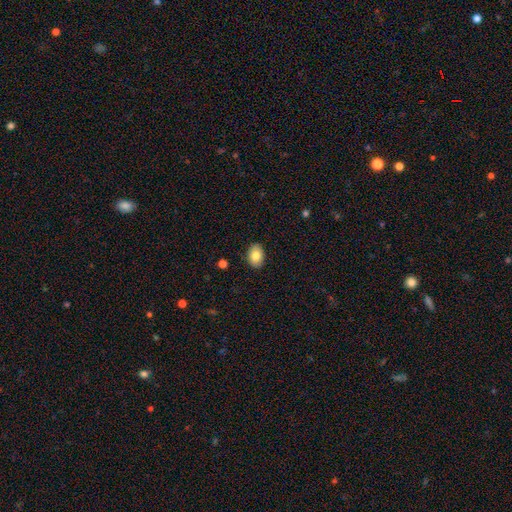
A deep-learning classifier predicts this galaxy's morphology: This is clearly a smooth galaxy (82%). How rounded: clearly in between (82%). Merging: clearly none (89%).